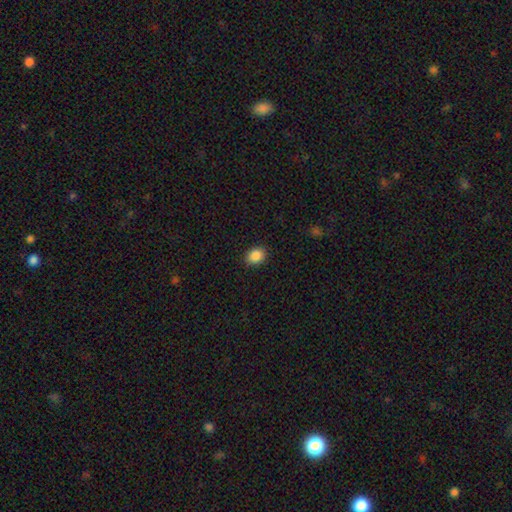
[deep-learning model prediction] This appears to be a smooth galaxy with no disk features (88%) that is in between round and cigar-shaped (58%). Merging: none (88%).